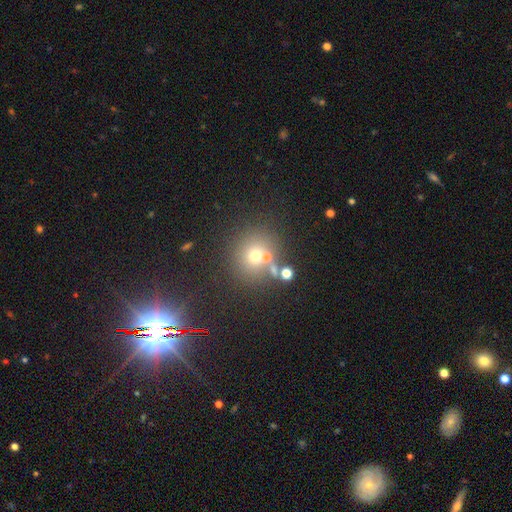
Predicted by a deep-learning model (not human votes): This appears to be a smooth galaxy with no disk features (63%) that is round (87%). Merging: none (62%).